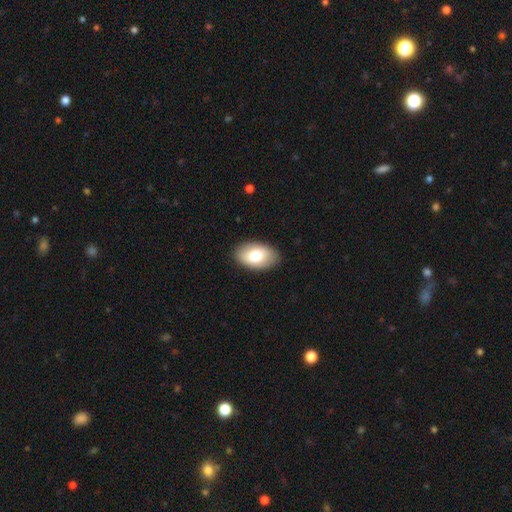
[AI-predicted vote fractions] A smooth galaxy with no disk features (77%) that is in between round and cigar-shaped (93%).

Vote fractions:
- Smooth or featured? smooth: 77% / featured or disk: 16% / star or artifact: 6%
- How rounded? in between: 93% / round: 6% / cigar-shaped: 1%
- Merging? none: 88% / minor disturbance: 9% / major disturbance: 2% / merger: 1%